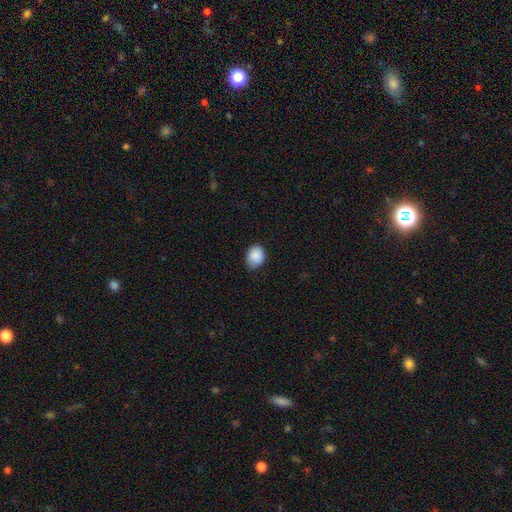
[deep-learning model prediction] smooth_or_featured: smooth (p=0.89) [alt: star or artifact p=0.07]
how_rounded: in between (p=0.51) [alt: round p=0.49]
merging: none (p=0.80) [alt: minor disturbance p=0.17]